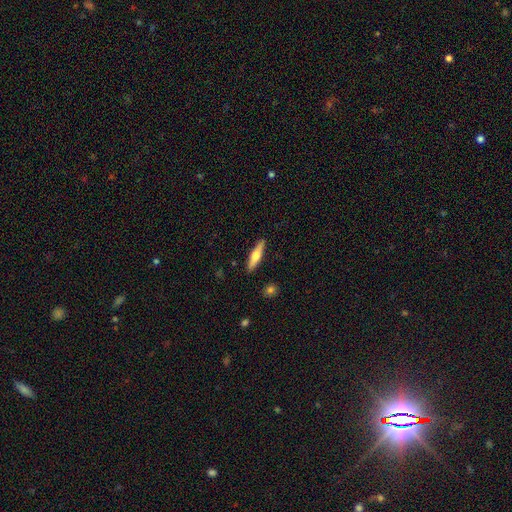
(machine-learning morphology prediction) type=smooth (49%); merging=none (90%).